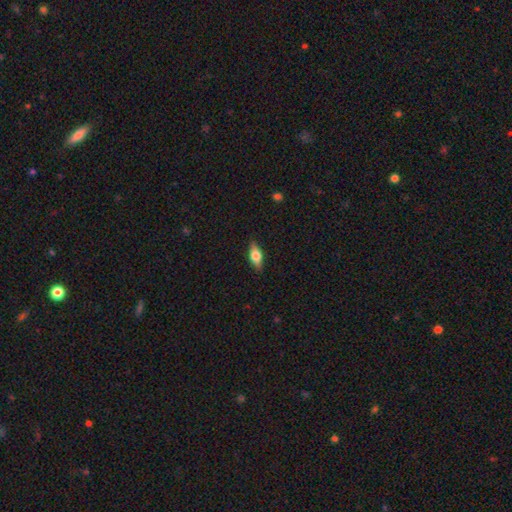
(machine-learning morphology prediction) type=smooth (56%); roundness=in between (74%); merging=none (86%).